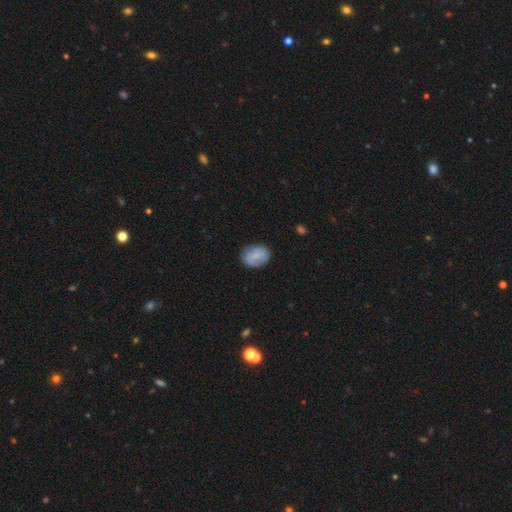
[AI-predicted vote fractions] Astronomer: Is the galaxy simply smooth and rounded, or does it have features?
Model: smooth — 70%.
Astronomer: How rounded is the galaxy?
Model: in between — 53% (runner-up: round, 45%).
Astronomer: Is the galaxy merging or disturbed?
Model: none — 76%.